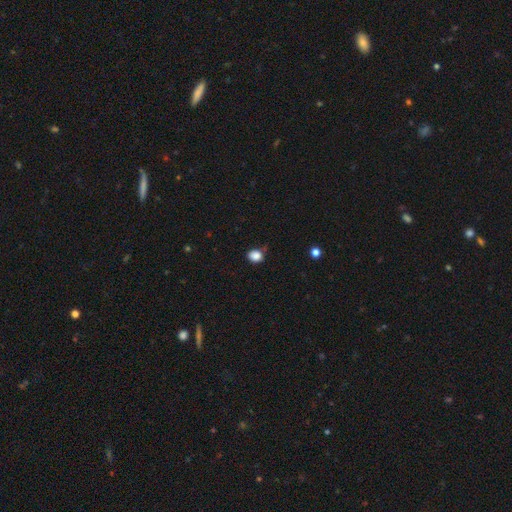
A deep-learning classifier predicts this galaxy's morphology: Smooth or featured? Predicted: smooth (p=0.86). How rounded? Predicted: round (p=0.61). Merging? Predicted: none (p=0.71).